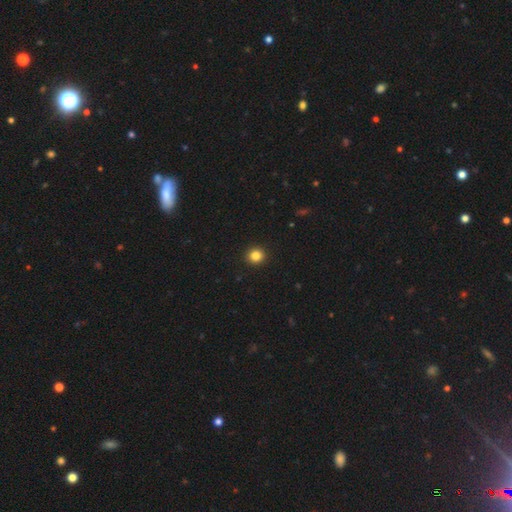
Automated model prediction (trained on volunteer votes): Overall: smooth (84%). How rounded: round (90%). Merging: none (93%).